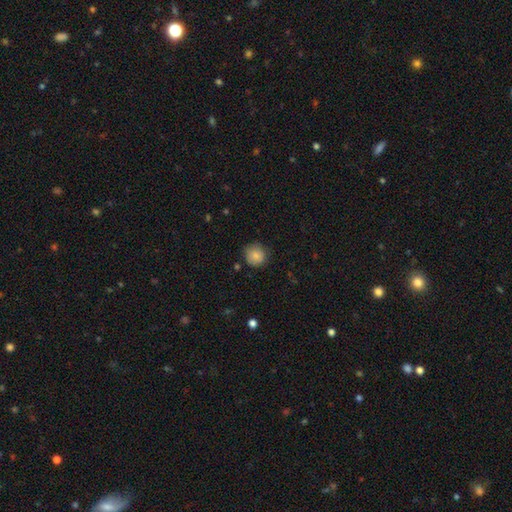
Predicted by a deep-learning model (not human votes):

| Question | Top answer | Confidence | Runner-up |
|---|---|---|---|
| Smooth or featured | smooth | 85% | star or artifact (9%) |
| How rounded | round | 91% | in between (8%) |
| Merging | none | 80% | minor disturbance (15%) |